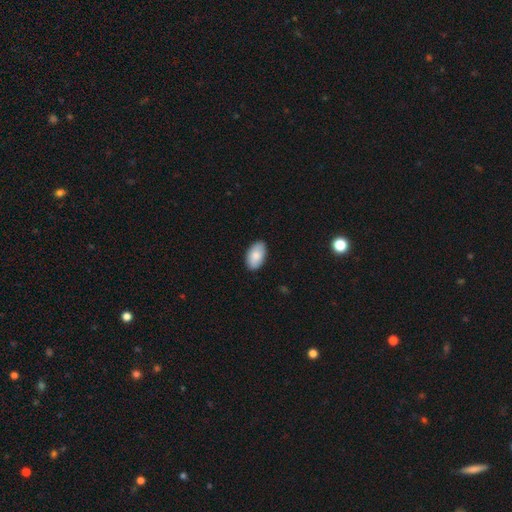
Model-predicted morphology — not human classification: This is clearly a smooth galaxy (86%). How rounded: clearly in between (95%). Merging: clearly none (88%).